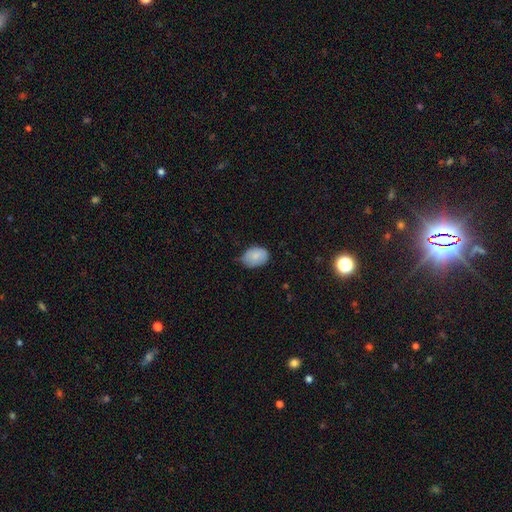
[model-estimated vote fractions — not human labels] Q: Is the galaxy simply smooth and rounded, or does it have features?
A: smooth — 83%.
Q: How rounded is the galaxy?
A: in between — 79%.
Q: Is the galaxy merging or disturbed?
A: none — 56%.